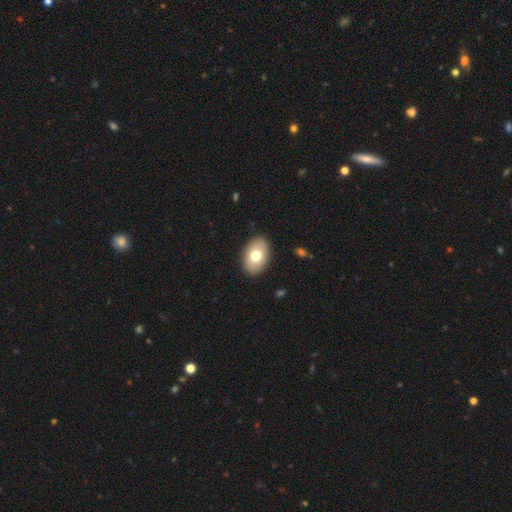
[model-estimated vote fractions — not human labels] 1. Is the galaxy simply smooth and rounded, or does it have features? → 74% smooth, 19% featured or disk, 7% star or artifact.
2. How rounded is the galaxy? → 87% in between, 12% round, 1% cigar-shaped.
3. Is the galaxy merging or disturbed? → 89% none, 7% minor disturbance, 2% major disturbance, 1% merger.